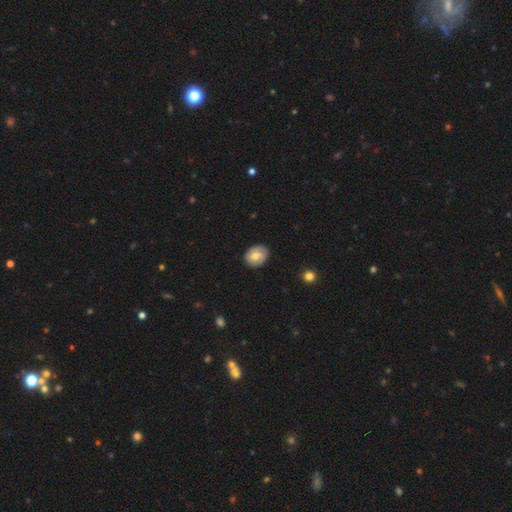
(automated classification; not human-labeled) Smooth or featured?
  - smooth: 62% *
  - featured or disk: 30%
  - star or artifact: 7%
How rounded?
  - in between: 56% *
  - round: 43%
  - cigar-shaped: 1%
Merging?
  - none: 81% *
  - minor disturbance: 15%
  - major disturbance: 3%
  - merger: 1%